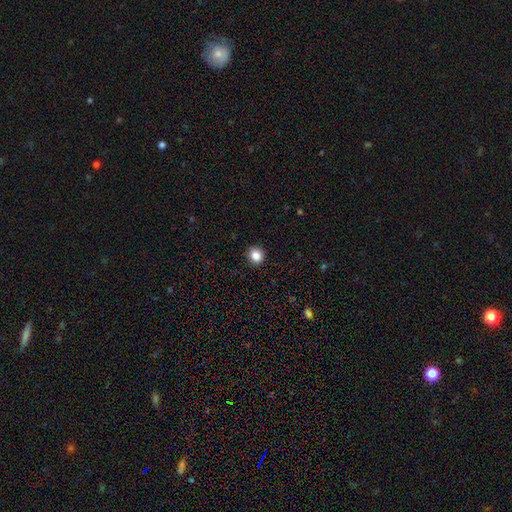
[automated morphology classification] Smooth or featured? Predicted: smooth (p=0.86). How rounded? Predicted: round (p=0.87). Merging? Predicted: none (p=0.92).